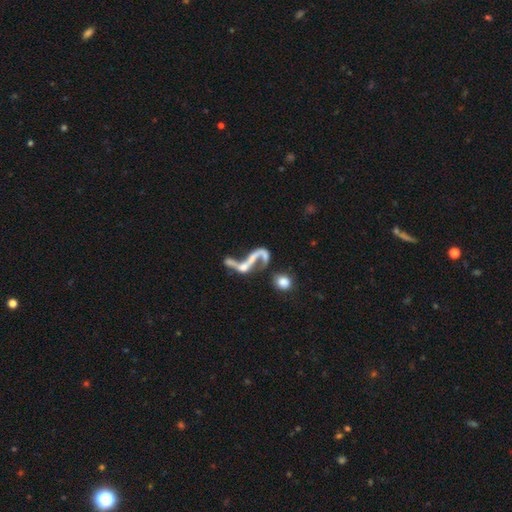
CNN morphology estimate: The model was most divided on "spiral arms": yes: 57%, no: 43%. Remaining: edge-on disk — no (91%); smooth or featured — featured or disk (70%); bar — no (59%); bulge size — none (48%); merging — merger (45%).